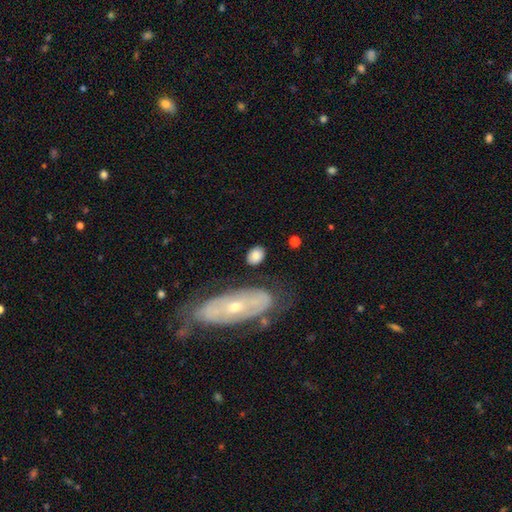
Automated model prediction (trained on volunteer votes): smooth-or-featured: smooth: 79% | featured or disk: 14% | star or artifact: 7%
  how-rounded: in between: 72% | round: 26% | cigar-shaped: 2%
  merging: none: 76% | minor disturbance: 14% | major disturbance: 5% | merger: 5%